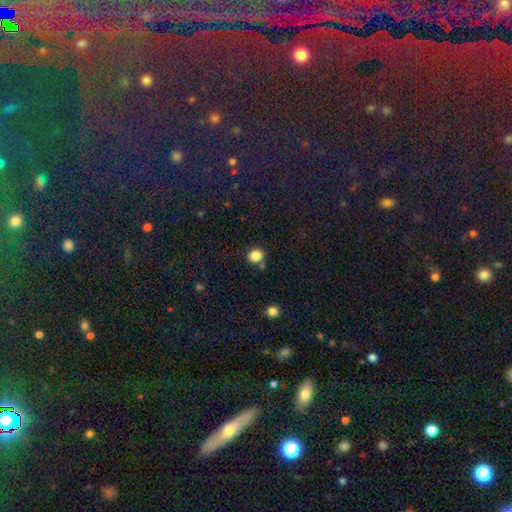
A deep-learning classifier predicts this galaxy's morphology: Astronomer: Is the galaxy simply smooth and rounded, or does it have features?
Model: smooth — 85%.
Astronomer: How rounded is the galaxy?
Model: round — 70%.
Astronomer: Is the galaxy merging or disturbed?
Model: none — 73%.